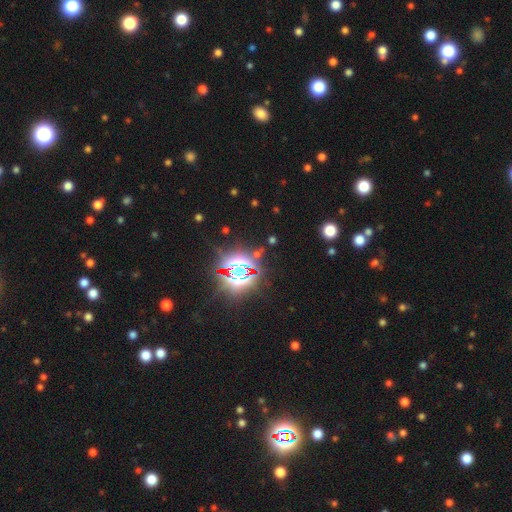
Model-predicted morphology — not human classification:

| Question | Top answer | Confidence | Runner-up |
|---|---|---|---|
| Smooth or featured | star or artifact | 79% | smooth (11%) |